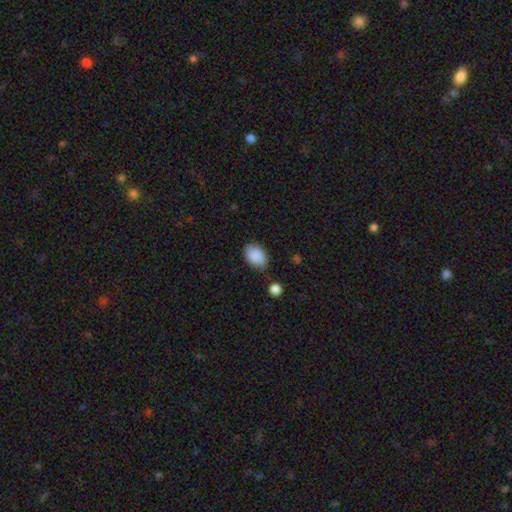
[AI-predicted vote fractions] smooth 89%, star or artifact 7%, featured or disk 4%. Down the decision tree: how rounded — in between (81%); merging — none (73%).